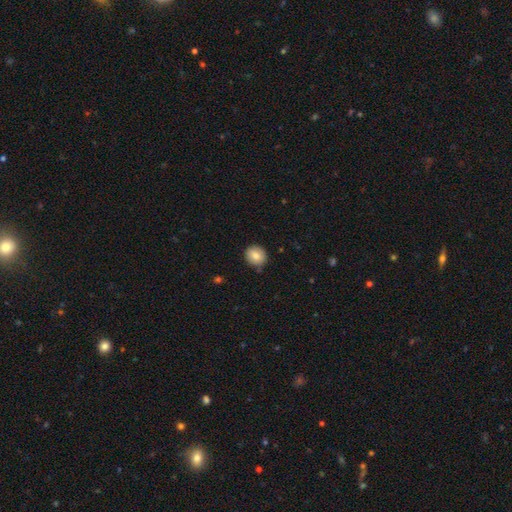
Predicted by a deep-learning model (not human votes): smooth 83%, star or artifact 9%, featured or disk 8%. Down the decision tree: how rounded — round (85%); merging — none (85%).